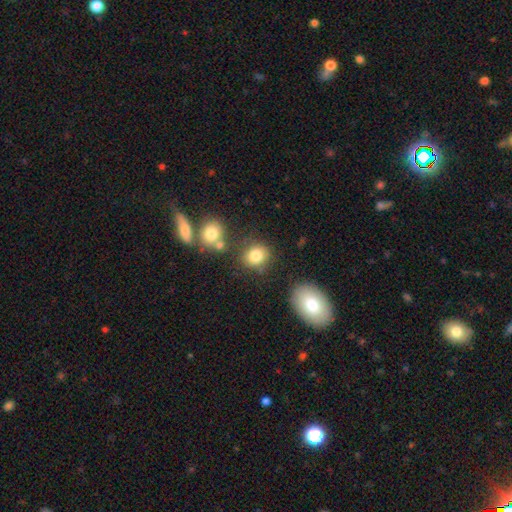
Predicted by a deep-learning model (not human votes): smooth-or-featured: smooth: 82% | star or artifact: 11% | featured or disk: 7%
  how-rounded: round: 70% | in between: 29% | cigar-shaped: 1%
  merging: none: 71% | minor disturbance: 14% | merger: 10% | major disturbance: 5%